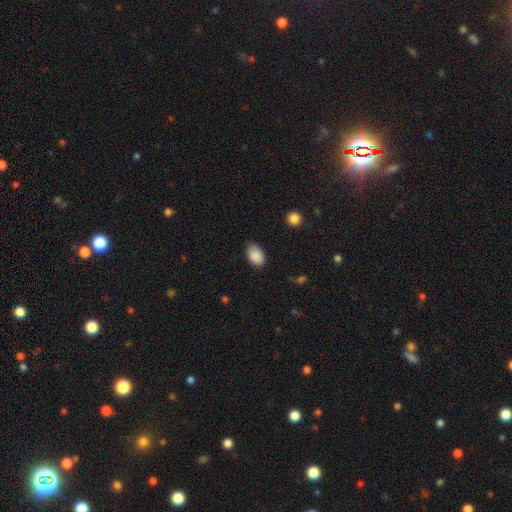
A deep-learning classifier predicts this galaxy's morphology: A smooth galaxy with no disk features (89%) that is in between round and cigar-shaped (88%).

Vote fractions:
- Smooth or featured? smooth: 89% / star or artifact: 7% / featured or disk: 4%
- How rounded? in between: 88% / round: 11% / cigar-shaped: 1%
- Merging? none: 76% / minor disturbance: 20% / major disturbance: 3% / merger: 1%